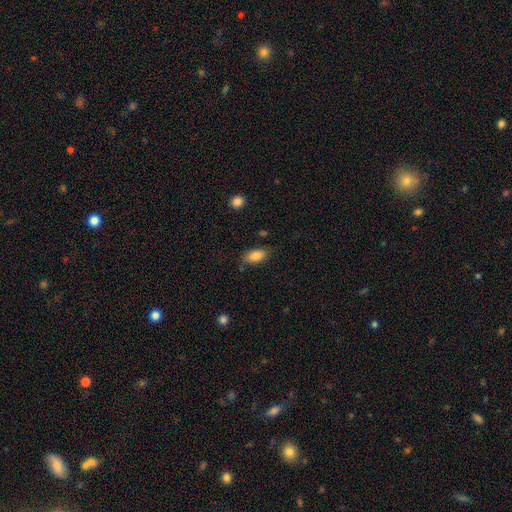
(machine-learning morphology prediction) Smooth or featured?
  - smooth: 84% *
  - featured or disk: 8%
  - star or artifact: 8%
How rounded?
  - in between: 89% *
  - cigar-shaped: 7%
  - round: 4%
Merging?
  - none: 76% *
  - minor disturbance: 17%
  - major disturbance: 4%
  - merger: 2%